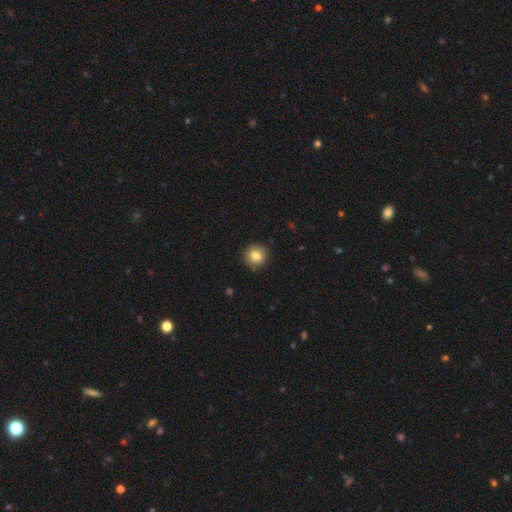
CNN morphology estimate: smooth-or-featured: smooth: 80% | featured or disk: 10% | star or artifact: 10%
  how-rounded: round: 92% | in between: 7% | cigar-shaped: 1%
  merging: none: 89% | minor disturbance: 8% | major disturbance: 2% | merger: 1%